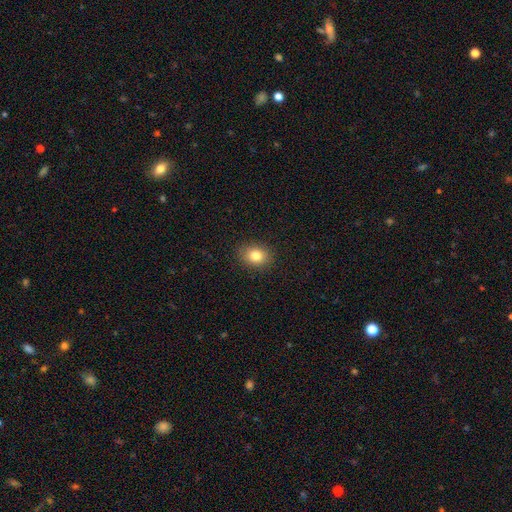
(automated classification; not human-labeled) The model was most divided on "how rounded": in between: 50%, round: 49%, cigar-shaped: 1%. More confident: merging — none (90%); smooth or featured — smooth (82%).